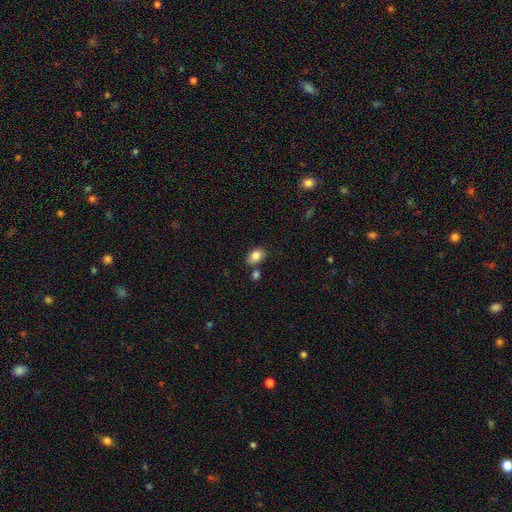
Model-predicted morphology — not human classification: The model was most divided on "merging": none: 70%, minor disturbance: 14%, merger: 12%, major disturbance: 4%. More confident: smooth or featured — smooth (85%); how rounded — in between (82%).